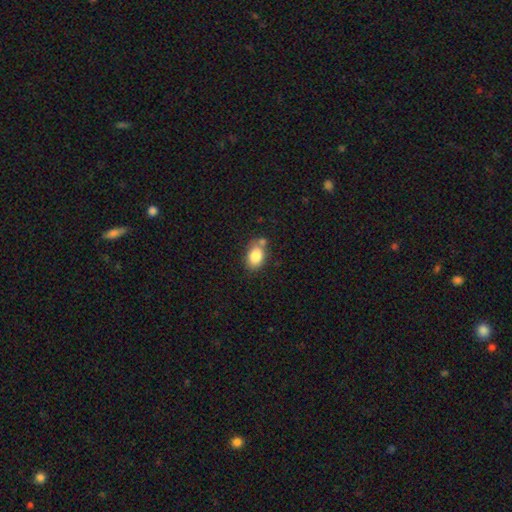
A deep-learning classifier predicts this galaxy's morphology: Smooth or featured?
  - smooth: 84% *
  - featured or disk: 8%
  - star or artifact: 8%
How rounded?
  - in between: 80% *
  - round: 18%
  - cigar-shaped: 1%
Merging?
  - none: 63% *
  - minor disturbance: 17%
  - merger: 16%
  - major disturbance: 4%